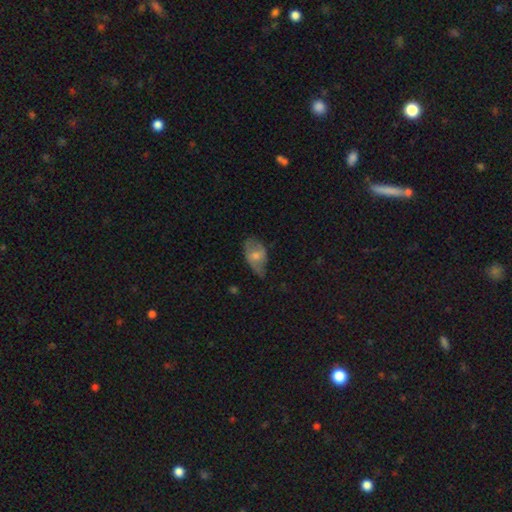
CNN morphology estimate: A smooth galaxy with no disk features (53%) that is in between round and cigar-shaped (86%). Merging: none (48%).